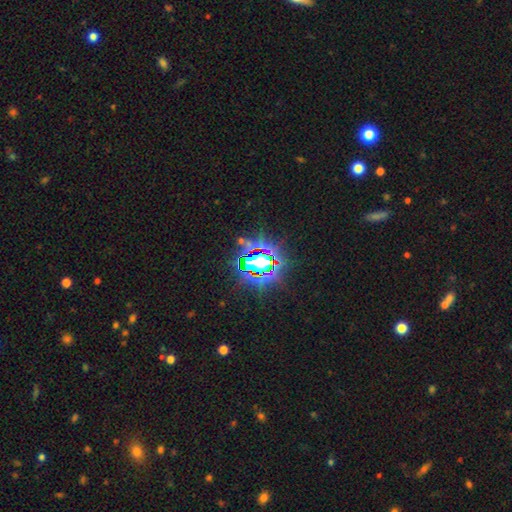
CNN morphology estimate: Smooth or featured?
  - star or artifact: 82% *
  - smooth: 11%
  - featured or disk: 7%